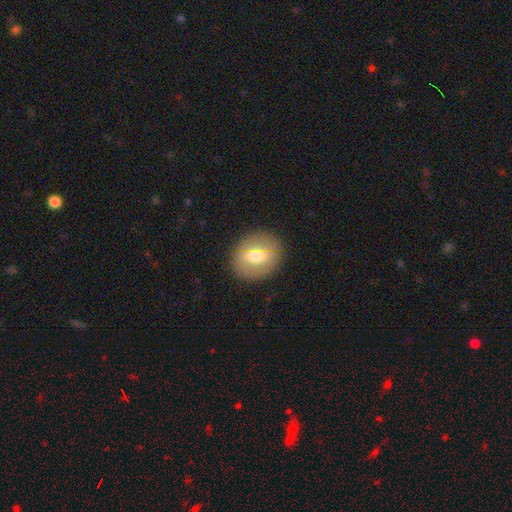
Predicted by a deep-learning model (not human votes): This is possibly a smooth galaxy (52%). How rounded: possibly round (59%). Merging: clearly none (85%).